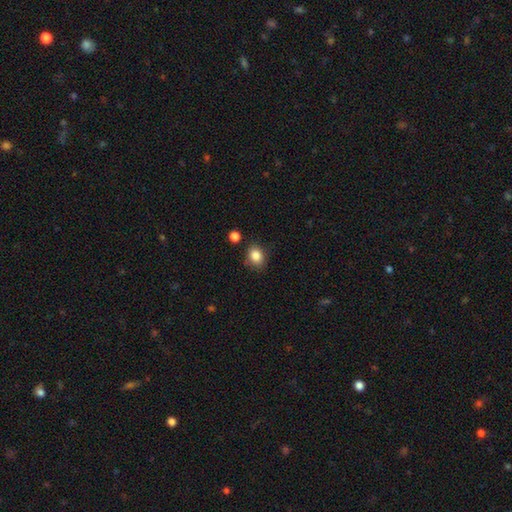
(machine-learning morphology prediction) Smooth or featured: smooth — 85% (star or artifact — 10%)
How rounded: in between — 58% (round — 41%)
Merging: none — 76% (minor disturbance — 15%)